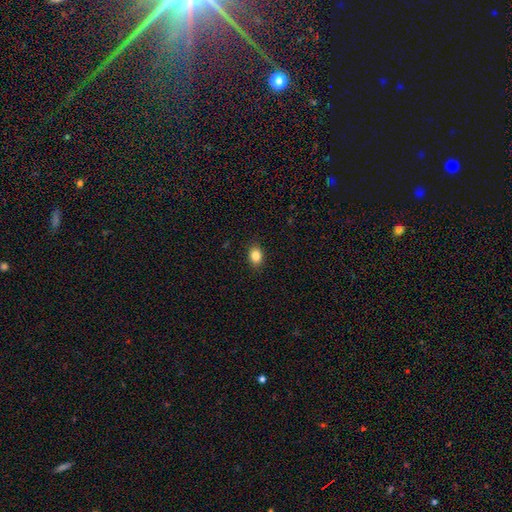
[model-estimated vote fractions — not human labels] This appears to be a smooth galaxy with no disk features (85%) that is in between round and cigar-shaped (63%). Merging: none (89%).